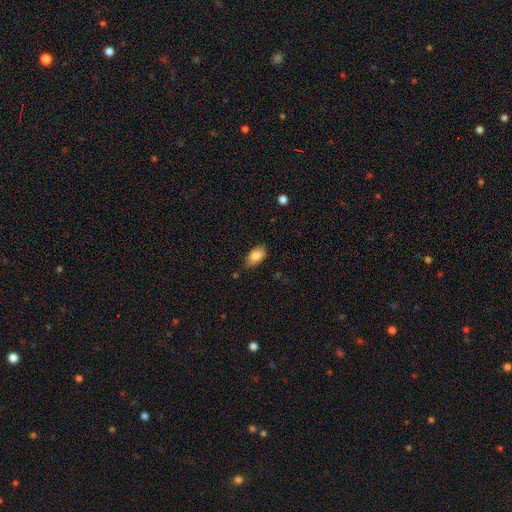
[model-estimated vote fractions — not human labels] This appears to be a smooth galaxy with no disk features (83%) that is in between round and cigar-shaped (91%). Merging: none (73%).